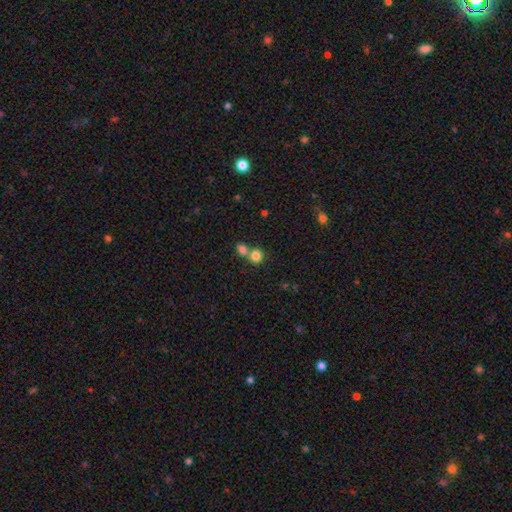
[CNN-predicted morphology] Smooth or featured? smooth (82%)
How rounded? round (83%)
Merging? merger (48%)